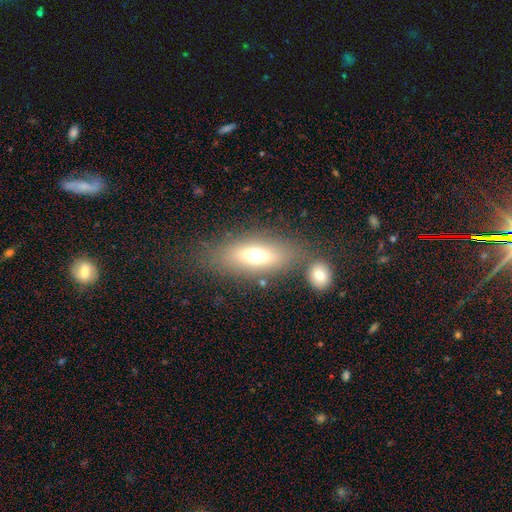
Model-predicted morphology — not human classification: Smooth or featured: smooth — 60% (featured or disk — 28%)
How rounded: in between — 74% (cigar-shaped — 18%)
Merging: none — 68% (minor disturbance — 12%)